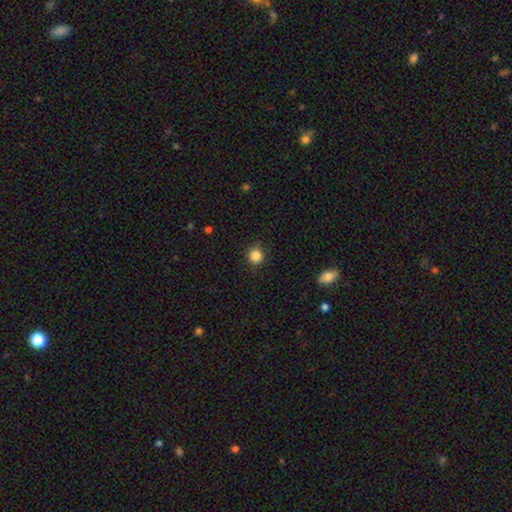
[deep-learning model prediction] The model was most divided on "smooth or featured": smooth: 85%, star or artifact: 11%, featured or disk: 4%. More confident: how rounded — round (90%); merging — none (89%).